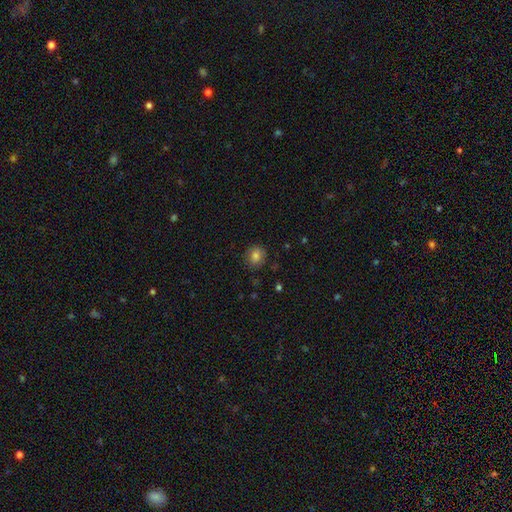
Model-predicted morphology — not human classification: type=smooth (82%); roundness=round (75%); merging=none (86%).